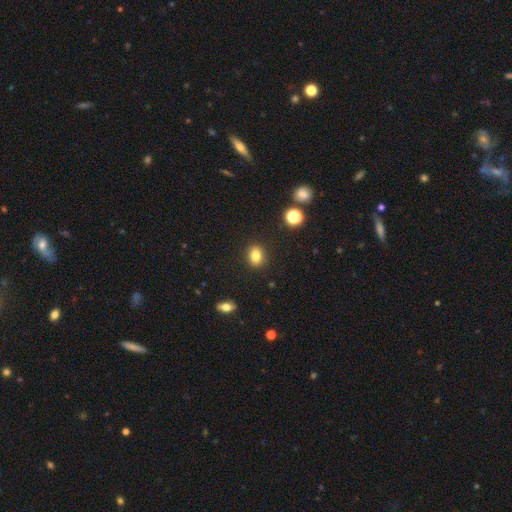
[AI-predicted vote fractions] This is clearly a smooth galaxy (82%). How rounded: possibly in between (59%). Merging: clearly none (88%).